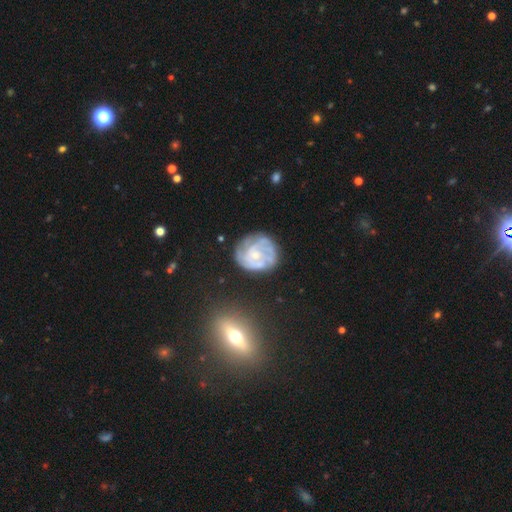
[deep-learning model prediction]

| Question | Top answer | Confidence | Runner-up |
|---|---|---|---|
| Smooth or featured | featured or disk | 76% | smooth (17%) |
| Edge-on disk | no | 98% | yes (2%) |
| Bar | no | 75% | weak (21%) |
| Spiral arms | yes | 84% | no (16%) |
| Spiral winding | tight | 63% | medium (28%) |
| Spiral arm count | can't tell | 43% | 3 (20%) |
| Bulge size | small | 65% | moderate (27%) |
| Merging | none | 66% | minor disturbance (20%) |